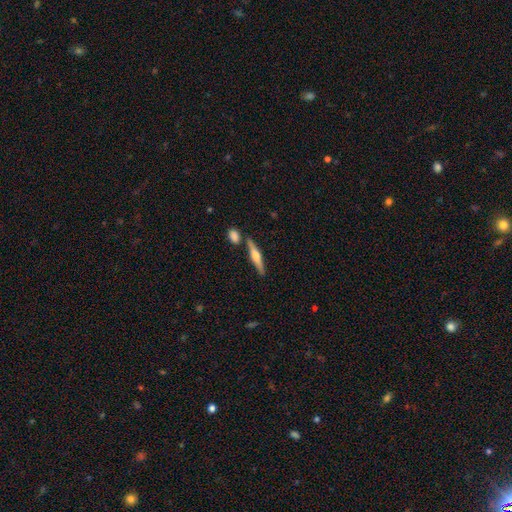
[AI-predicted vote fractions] A featured or disk galaxy (60%) viewed edge-on (96%) with a rounded central bulge (89%). Merging: none (79%).